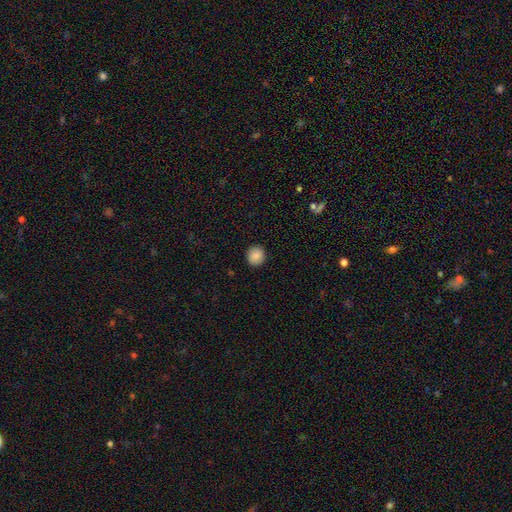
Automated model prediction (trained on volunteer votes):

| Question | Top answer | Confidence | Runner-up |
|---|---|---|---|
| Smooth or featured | smooth | 87% | star or artifact (8%) |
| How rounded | round | 91% | in between (8%) |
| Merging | none | 92% | minor disturbance (5%) |